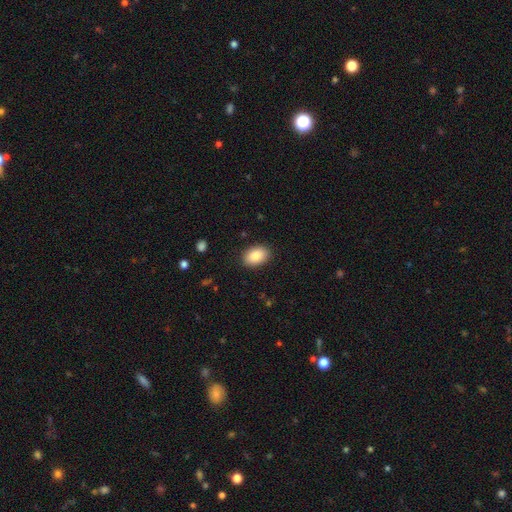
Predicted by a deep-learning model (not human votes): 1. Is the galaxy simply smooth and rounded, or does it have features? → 87% smooth, 7% star or artifact, 6% featured or disk.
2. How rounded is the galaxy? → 88% in between, 11% round, 1% cigar-shaped.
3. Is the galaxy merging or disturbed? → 88% none, 9% minor disturbance, 2% major disturbance, 1% merger.